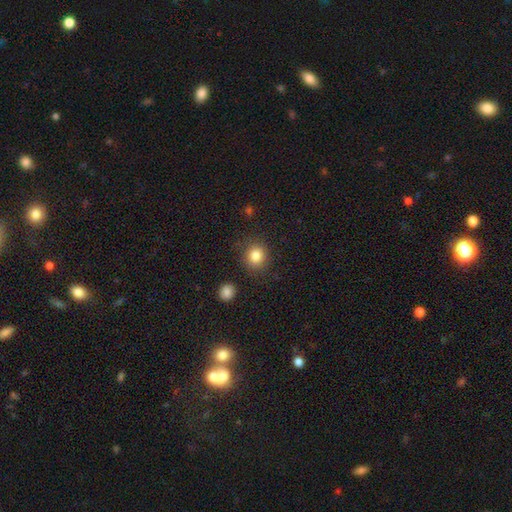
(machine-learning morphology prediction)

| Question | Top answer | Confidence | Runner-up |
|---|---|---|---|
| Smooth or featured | smooth | 84% | star or artifact (10%) |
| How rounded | round | 82% | in between (17%) |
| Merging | none | 85% | minor disturbance (9%) |